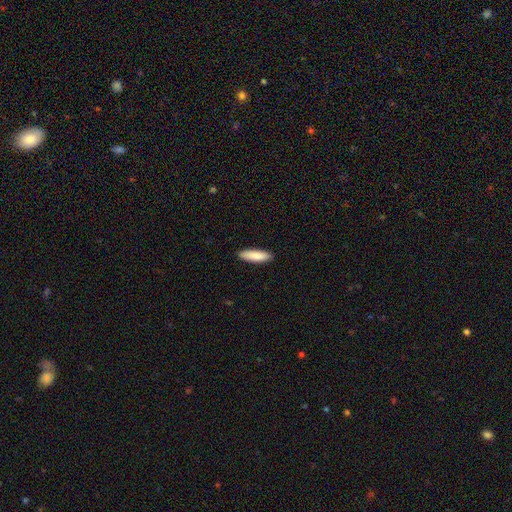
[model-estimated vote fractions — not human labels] Smooth or featured?
  - smooth: 87% *
  - featured or disk: 8%
  - star or artifact: 5%
How rounded?
  - cigar-shaped: 65% *
  - in between: 34%
  - round: 1%
Merging?
  - none: 90% *
  - minor disturbance: 7%
  - major disturbance: 1%
  - merger: 1%